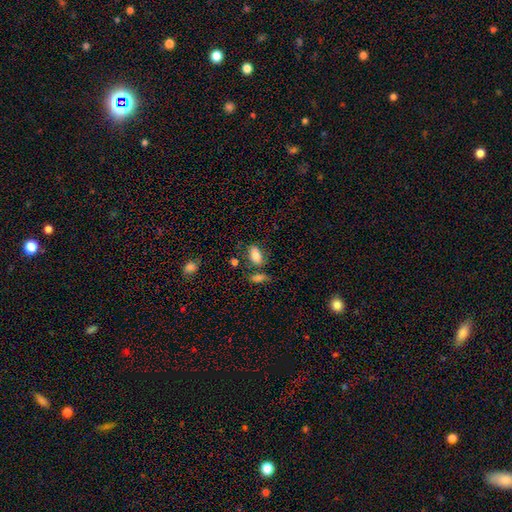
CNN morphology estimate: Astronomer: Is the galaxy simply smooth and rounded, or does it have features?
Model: smooth — 80%.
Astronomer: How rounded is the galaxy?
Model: in between — 90%.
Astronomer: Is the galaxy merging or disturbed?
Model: none — 62%.